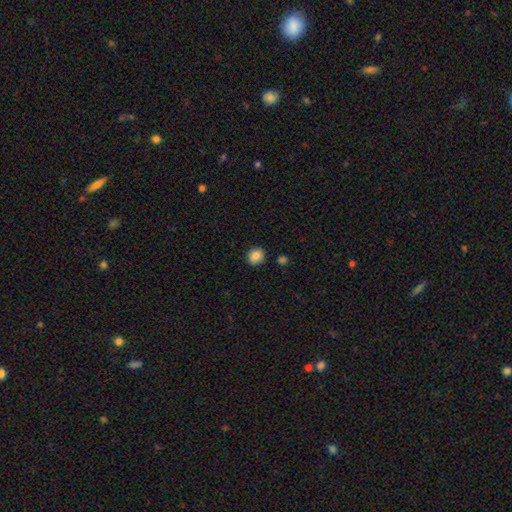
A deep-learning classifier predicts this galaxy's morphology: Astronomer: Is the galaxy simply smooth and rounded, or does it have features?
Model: smooth — 86%.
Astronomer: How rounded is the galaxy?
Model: round — 74%.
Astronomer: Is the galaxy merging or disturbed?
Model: none — 88%.